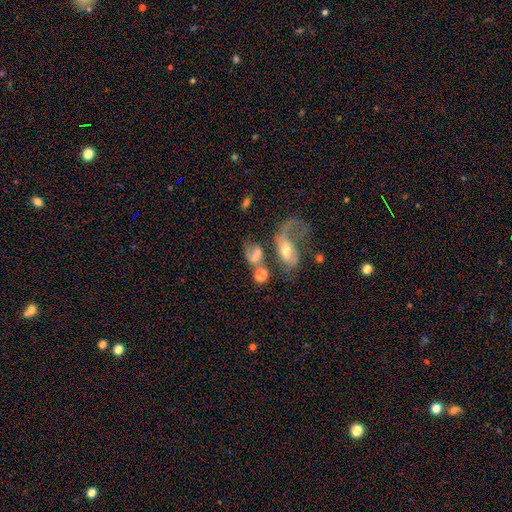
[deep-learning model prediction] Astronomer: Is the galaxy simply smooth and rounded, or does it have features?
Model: smooth — 45% (runner-up: featured or disk, 43%).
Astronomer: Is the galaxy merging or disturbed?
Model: merger — 37% (runner-up: none, 27%).